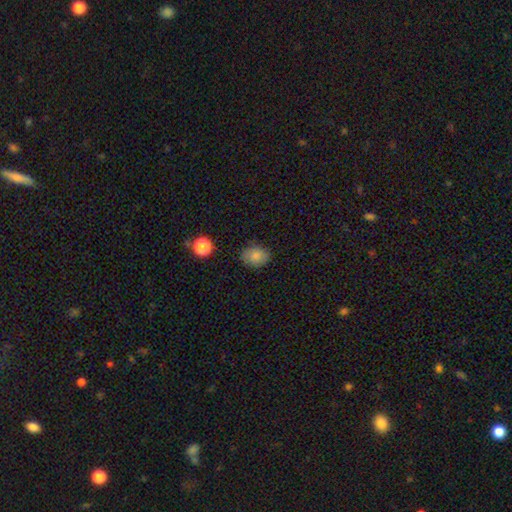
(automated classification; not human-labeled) Smooth or featured: smooth — 84% (star or artifact — 10%)
How rounded: in between — 58% (round — 41%)
Merging: none — 80% (minor disturbance — 15%)